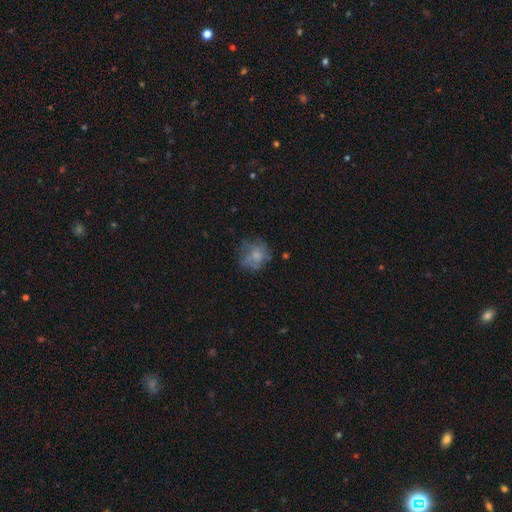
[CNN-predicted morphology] Smooth or featured?
  - smooth: 53% *
  - featured or disk: 35%
  - star or artifact: 12%
How rounded?
  - round: 74% *
  - in between: 25%
  - cigar-shaped: 1%
Merging?
  - none: 58% *
  - minor disturbance: 21%
  - major disturbance: 18%
  - merger: 3%